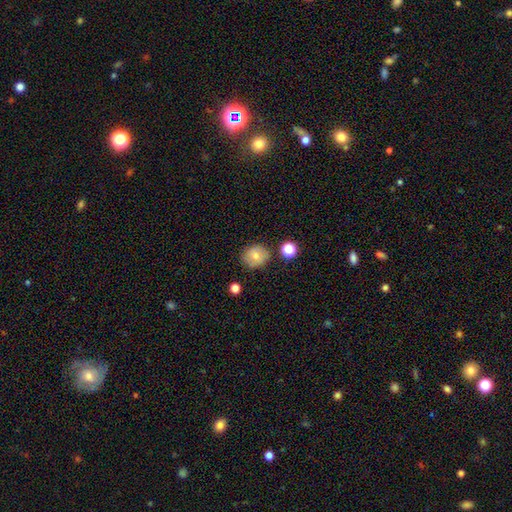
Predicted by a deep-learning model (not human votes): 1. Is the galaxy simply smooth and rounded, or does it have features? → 71% smooth, 19% featured or disk, 10% star or artifact.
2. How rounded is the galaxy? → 74% round, 25% in between, 1% cigar-shaped.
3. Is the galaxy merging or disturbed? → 80% none, 13% minor disturbance, 4% merger, 3% major disturbance.